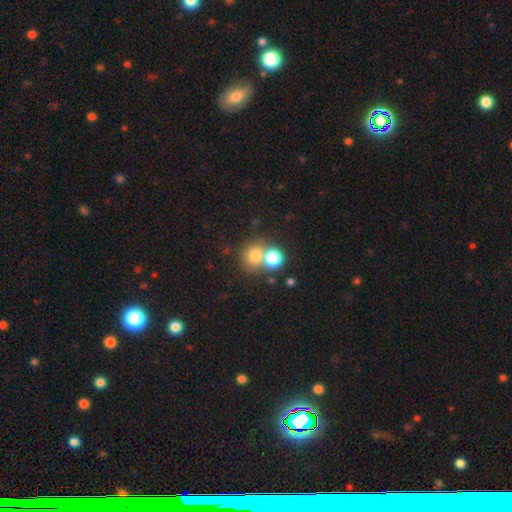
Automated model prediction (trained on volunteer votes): smooth-or-featured: smooth: 74% | star or artifact: 15% | featured or disk: 12%
  how-rounded: round: 82% | in between: 17% | cigar-shaped: 1%
  merging: none: 45% (tied) | merger: 45% (tied) | minor disturbance: 7% | major disturbance: 4%